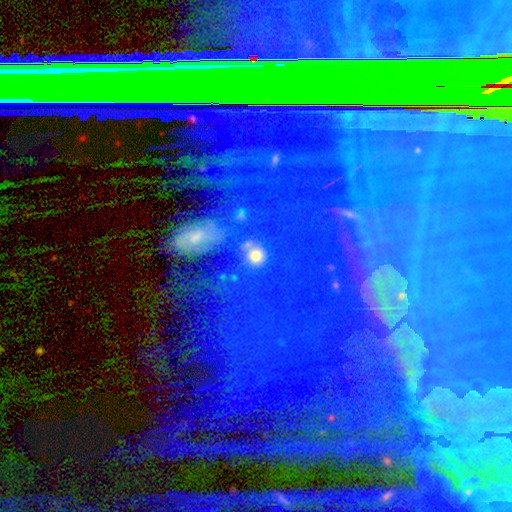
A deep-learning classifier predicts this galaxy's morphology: Smooth or featured? Predicted: smooth (p=0.51). How rounded? Predicted: round (p=0.69). Merging? Predicted: none (p=0.67).